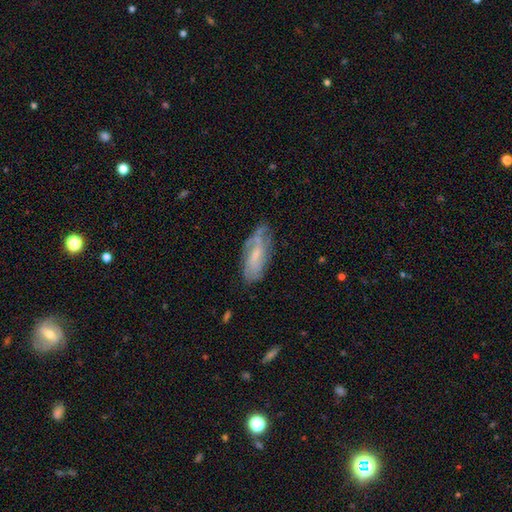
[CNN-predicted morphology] A featured or disk galaxy (56%). Merging: none (62%).